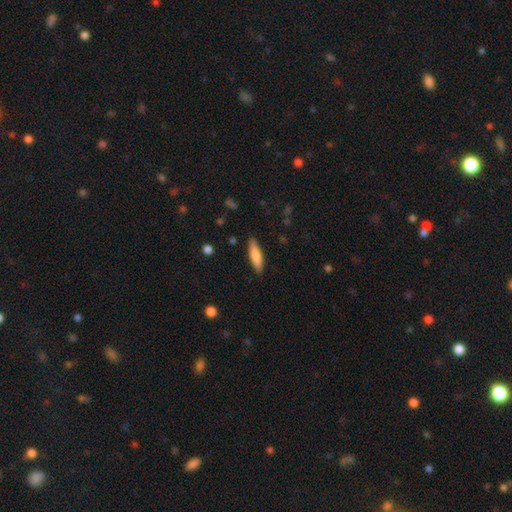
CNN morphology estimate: smooth 79%, featured or disk 16%, star or artifact 6%. Down the decision tree: how rounded — cigar-shaped (70%); merging — none (87%).